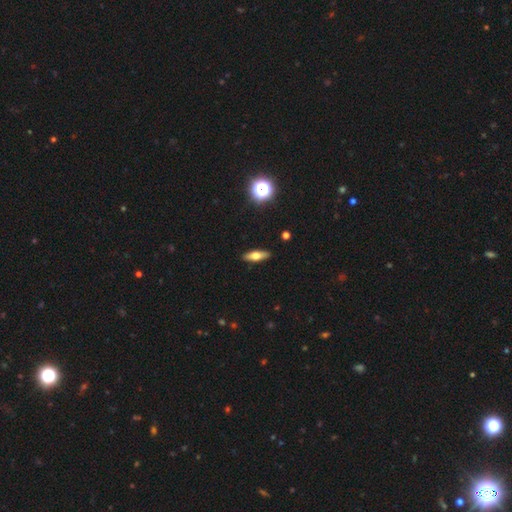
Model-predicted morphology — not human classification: Q: Smooth or featured?
A: smooth (56%); runner-up: featured or disk (35%)
Q: How rounded?
A: in between (53%); runner-up: cigar-shaped (43%)
Q: Merging?
A: none (90%); runner-up: minor disturbance (8%)